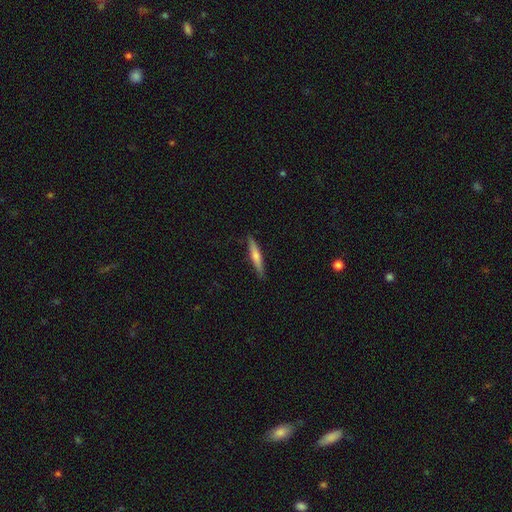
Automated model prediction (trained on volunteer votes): Smooth or featured? smooth (54%)
How rounded? cigar-shaped (92%)
Merging? none (89%)